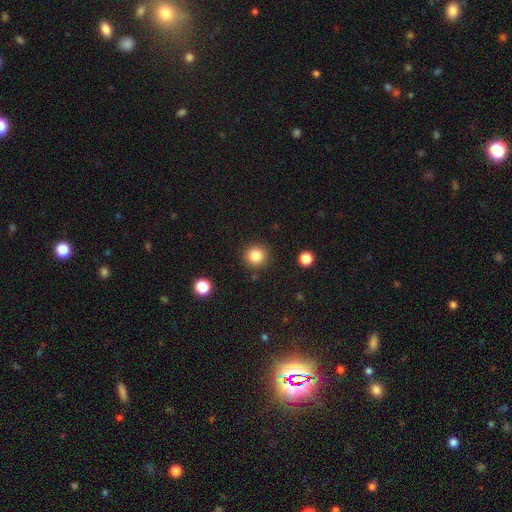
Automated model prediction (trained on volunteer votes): This is clearly a smooth galaxy (85%). How rounded: clearly round (93%). Merging: clearly none (90%).